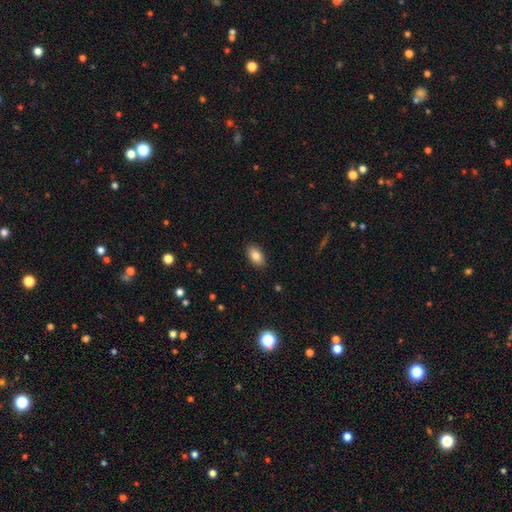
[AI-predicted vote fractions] Overall: smooth (84%). How rounded: in between (92%). Merging: none (88%).